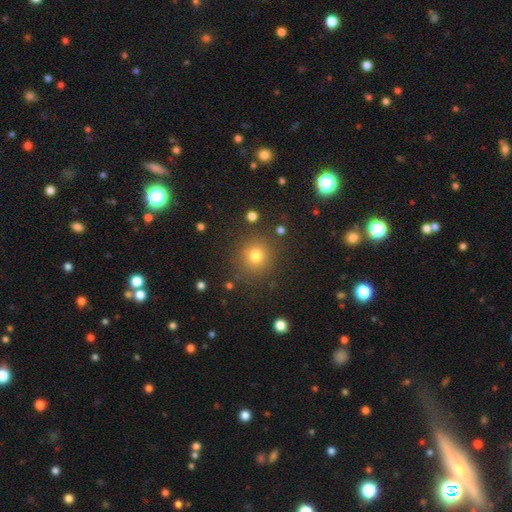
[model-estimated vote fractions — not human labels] Smooth or featured? smooth (77%)
How rounded? round (92%)
Merging? none (86%)